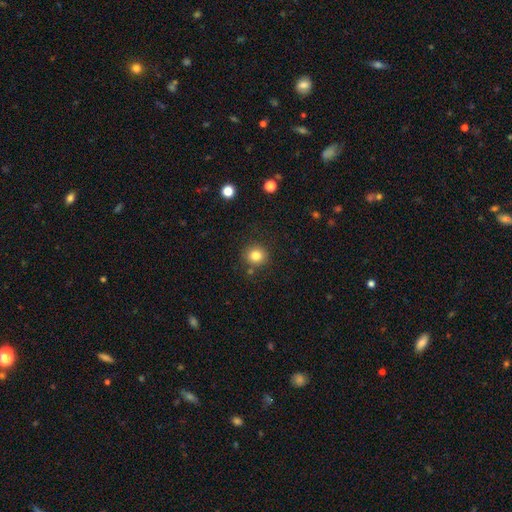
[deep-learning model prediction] A smooth galaxy with no disk features (82%) that is round (90%). Merging: none (85%).